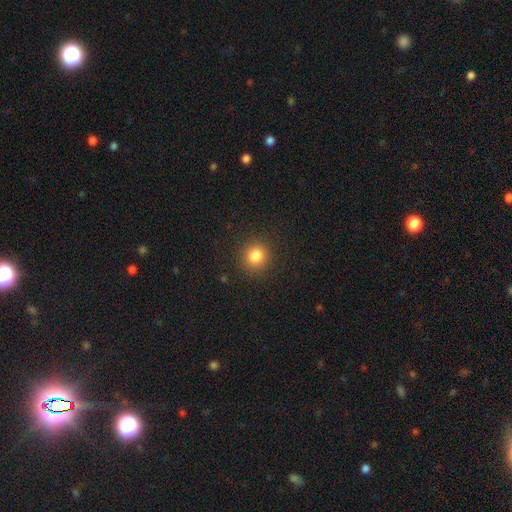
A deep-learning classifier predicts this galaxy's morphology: Smooth or featured?
  - smooth: 82% *
  - star or artifact: 12%
  - featured or disk: 6%
How rounded?
  - round: 92% *
  - in between: 7%
  - cigar-shaped: 1%
Merging?
  - none: 90% *
  - minor disturbance: 6%
  - major disturbance: 3%
  - merger: 1%